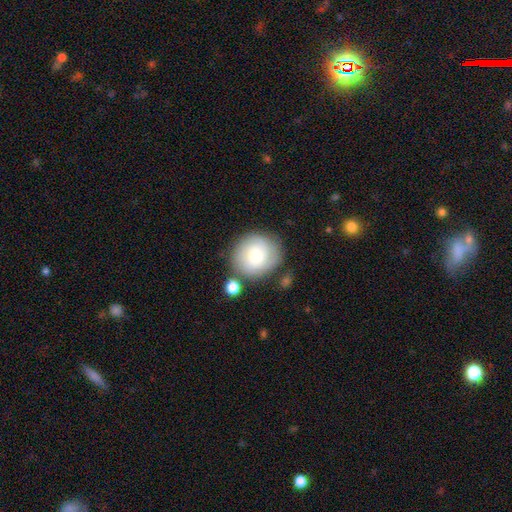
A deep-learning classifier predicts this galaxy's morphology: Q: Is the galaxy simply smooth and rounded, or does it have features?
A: smooth — 58%.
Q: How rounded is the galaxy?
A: round — 83%.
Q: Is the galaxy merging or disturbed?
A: none — 72%.